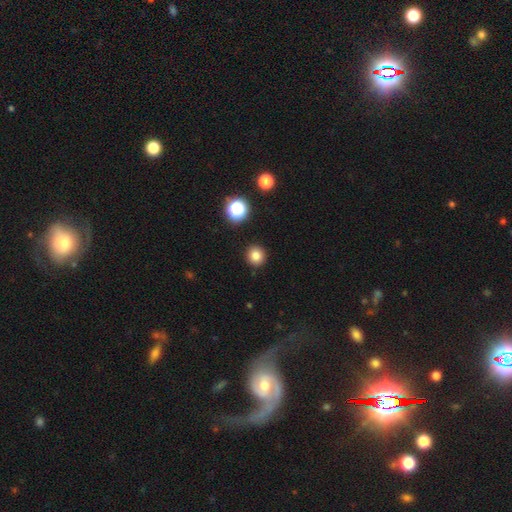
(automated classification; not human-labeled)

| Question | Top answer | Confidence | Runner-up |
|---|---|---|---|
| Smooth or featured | smooth | 82% | star or artifact (13%) |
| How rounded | round | 89% | in between (10%) |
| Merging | none | 91% | minor disturbance (5%) |